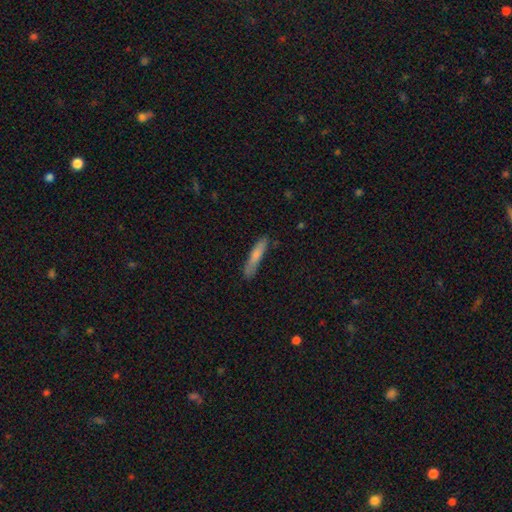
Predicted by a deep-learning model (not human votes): Smooth or featured: smooth — 72% (featured or disk — 21%)
How rounded: cigar-shaped — 90% (in between — 9%)
Merging: none — 78% (minor disturbance — 16%)